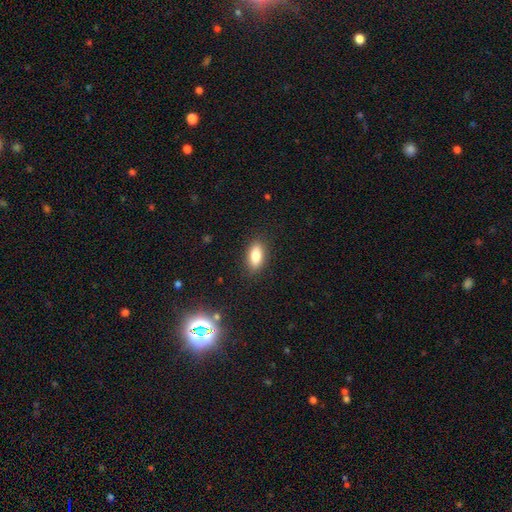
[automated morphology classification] Smooth or featured? smooth (82%)
How rounded? in between (87%)
Merging? none (87%)